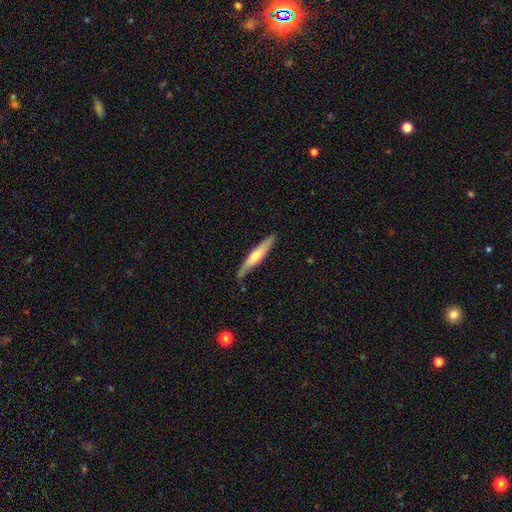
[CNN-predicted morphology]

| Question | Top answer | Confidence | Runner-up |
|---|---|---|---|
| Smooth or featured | smooth | 48% | featured or disk (47%) |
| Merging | none | 77% | minor disturbance (18%) |